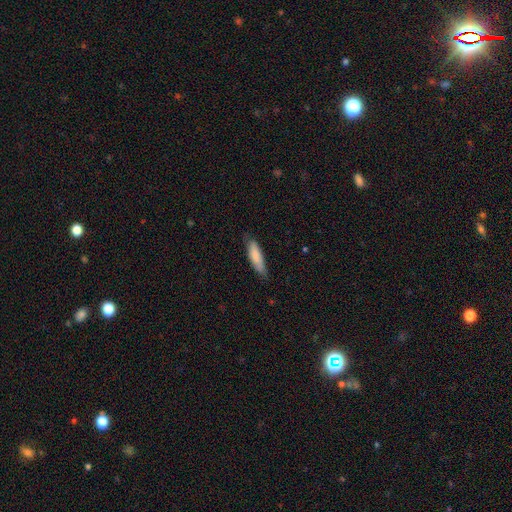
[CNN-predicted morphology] The model was most divided on "how rounded": cigar-shaped: 65%, in between: 34%, round: 1%. More confident: smooth or featured — smooth (82%); merging — none (73%).